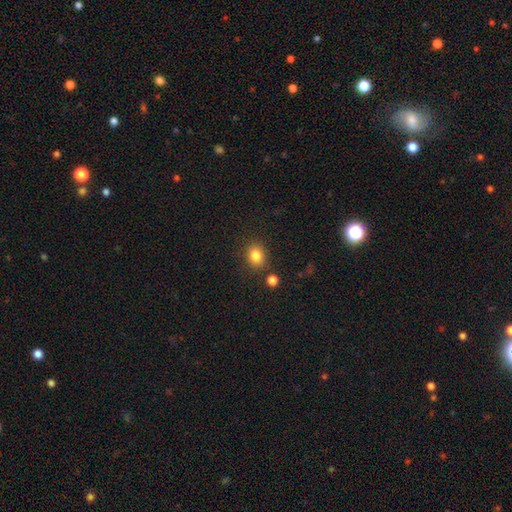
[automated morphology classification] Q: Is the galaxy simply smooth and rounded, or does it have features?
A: smooth — 83%.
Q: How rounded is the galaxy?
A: round — 56%.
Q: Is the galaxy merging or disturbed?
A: none — 80%.